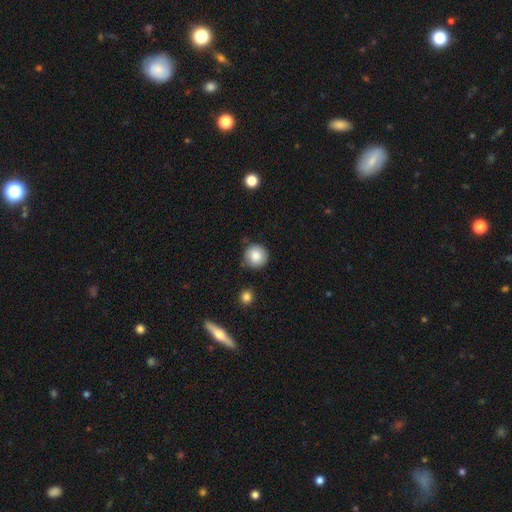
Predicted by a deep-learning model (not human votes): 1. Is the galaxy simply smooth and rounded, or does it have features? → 86% smooth, 8% star or artifact, 7% featured or disk.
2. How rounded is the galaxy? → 93% round, 6% in between, 1% cigar-shaped.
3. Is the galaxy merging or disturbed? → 76% none, 17% minor disturbance, 4% major disturbance, 3% merger.